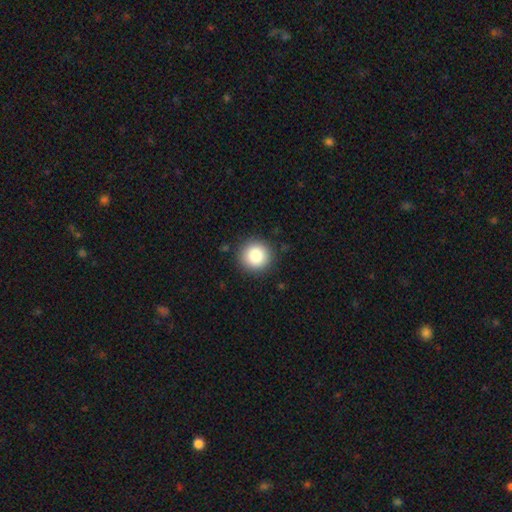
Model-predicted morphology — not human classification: The model was most divided on "smooth or featured": smooth: 86%, star or artifact: 9%, featured or disk: 5%. More confident: how rounded — round (94%); merging — none (90%).